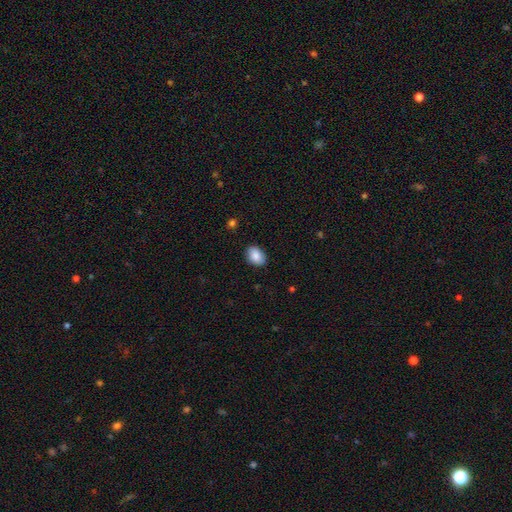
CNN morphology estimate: The model was most divided on "how rounded": in between: 81%, round: 18%, cigar-shaped: 1%. More confident: smooth or featured — smooth (87%); merging — none (87%).